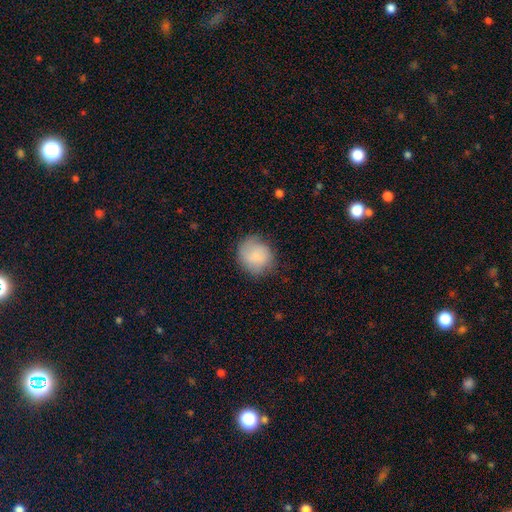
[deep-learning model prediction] Smooth or featured? Predicted: smooth (p=0.80). How rounded? Predicted: round (p=0.80). Merging? Predicted: none (p=0.68).